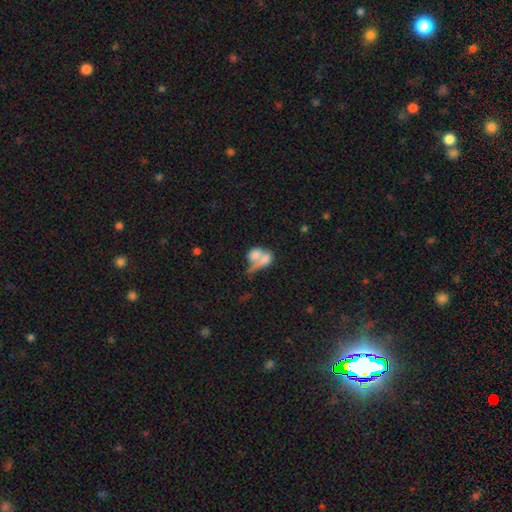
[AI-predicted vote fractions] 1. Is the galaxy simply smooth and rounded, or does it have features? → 68% smooth, 23% featured or disk, 9% star or artifact.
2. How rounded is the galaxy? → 63% in between, 33% round, 4% cigar-shaped.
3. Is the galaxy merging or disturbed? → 67% merger, 16% none, 9% major disturbance, 7% minor disturbance.